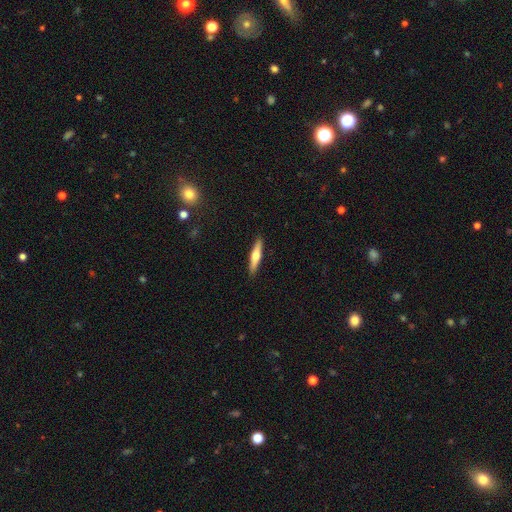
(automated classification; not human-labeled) This is possibly a featured or disk galaxy (49%). Merging: clearly none (91%).